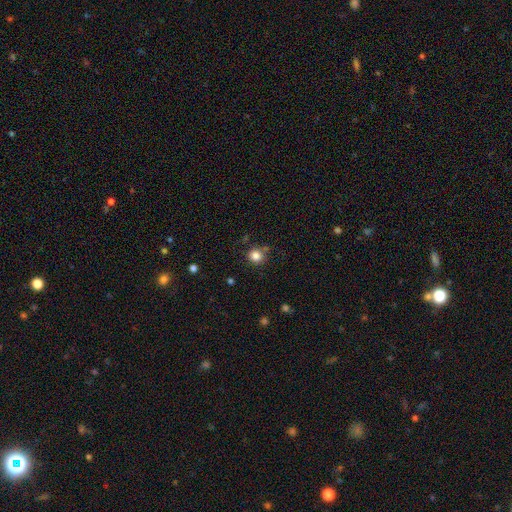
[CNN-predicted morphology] smooth 84%, star or artifact 12%, featured or disk 5%. Down the decision tree: how rounded — round (91%); merging — none (81%).